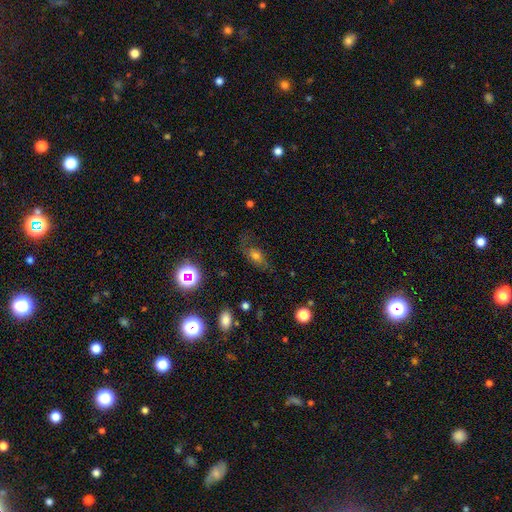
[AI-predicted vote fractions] Smooth or featured: smooth — 52% (featured or disk — 30%)
How rounded: in between — 73% (round — 19%)
Merging: none — 57% (minor disturbance — 22%)